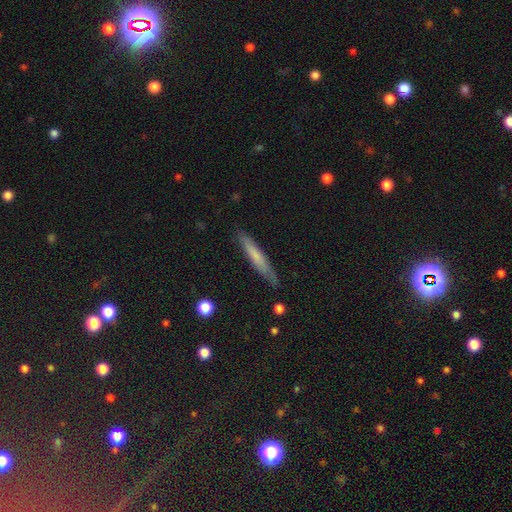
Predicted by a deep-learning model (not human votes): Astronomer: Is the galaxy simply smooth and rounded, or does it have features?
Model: smooth — 62%.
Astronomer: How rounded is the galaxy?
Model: cigar-shaped — 94%.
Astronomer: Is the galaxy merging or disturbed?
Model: none — 84%.